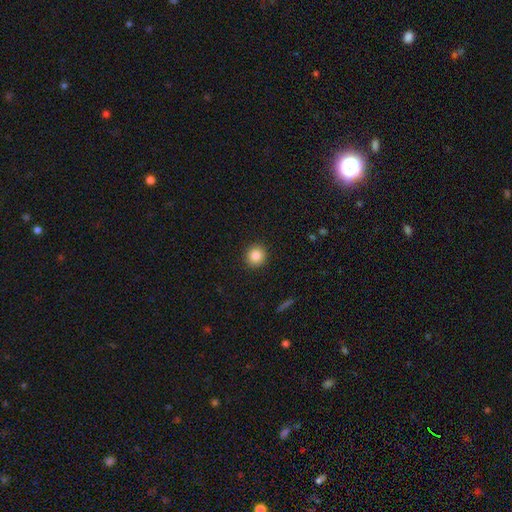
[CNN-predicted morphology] smooth_or_featured: smooth (p=0.85) [alt: star or artifact p=0.10]
how_rounded: round (p=0.90) [alt: in between p=0.09]
merging: none (p=0.92) [alt: minor disturbance p=0.06]